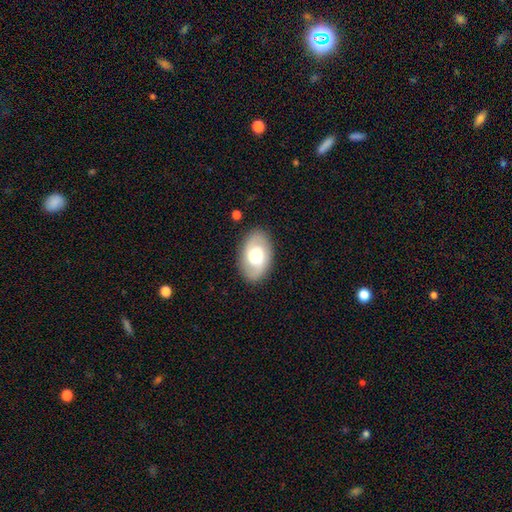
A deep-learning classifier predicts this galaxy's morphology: smooth_or_featured: featured or disk (p=0.53) [alt: smooth p=0.41]
disk_edge_on: no (p=0.95) [alt: yes p=0.05]
bar: no (p=0.62) [alt: weak p=0.30]
has_spiral_arms: yes (p=0.75) [alt: no p=0.25]
bulge_size: moderate (p=0.45) [alt: large p=0.37]
merging: none (p=0.86) [alt: minor disturbance p=0.10]